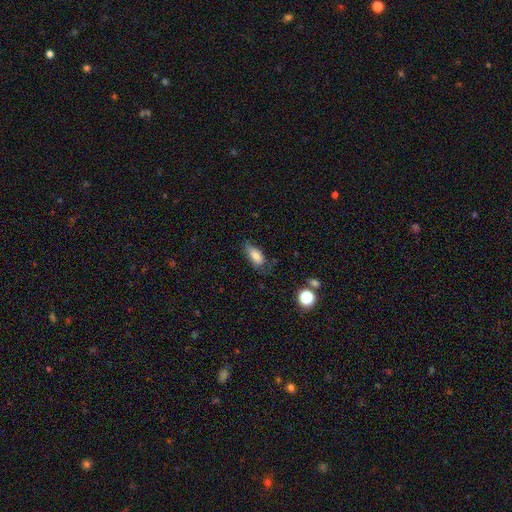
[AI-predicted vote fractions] Overall: smooth (80%). How rounded: in between (82%). Merging: none (60%; minor disturbance 29%).